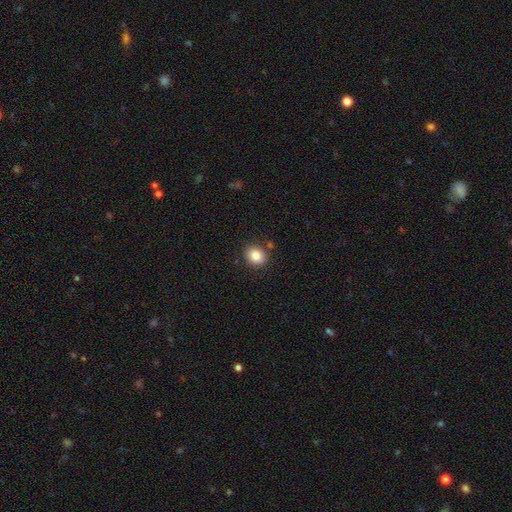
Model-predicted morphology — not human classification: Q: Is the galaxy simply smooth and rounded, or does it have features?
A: smooth — 85%.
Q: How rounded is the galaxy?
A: round — 63%.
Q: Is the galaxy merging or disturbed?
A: none — 85%.